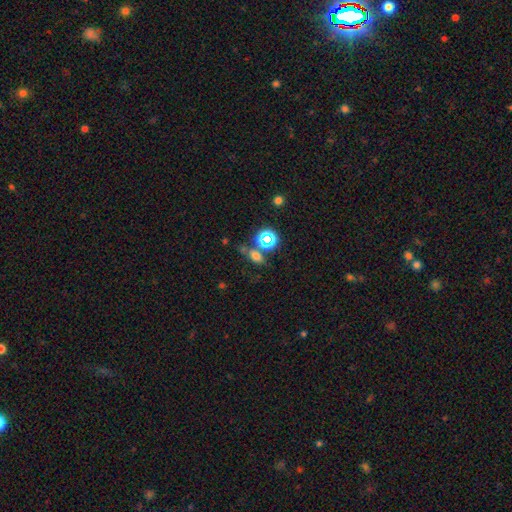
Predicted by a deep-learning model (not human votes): Q: Smooth or featured?
A: smooth (57%); runner-up: star or artifact (30%)
Q: How rounded?
A: in between (65%); runner-up: round (26%)
Q: Merging?
A: none (61%); runner-up: merger (18%)